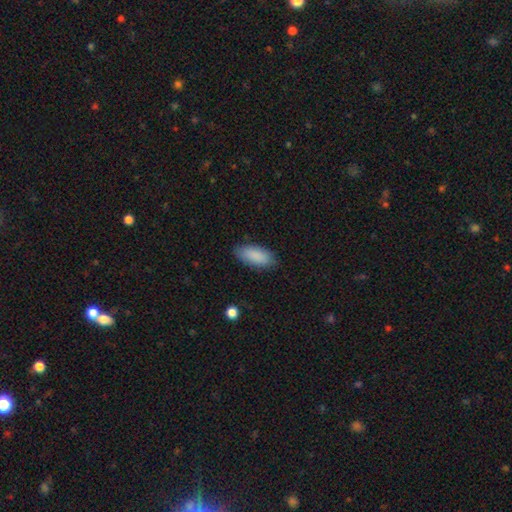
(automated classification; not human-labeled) Smooth or featured?
  - smooth: 89% *
  - star or artifact: 6%
  - featured or disk: 5%
How rounded?
  - in between: 85% *
  - cigar-shaped: 13%
  - round: 2%
Merging?
  - none: 85% *
  - minor disturbance: 12%
  - major disturbance: 2%
  - merger: 1%